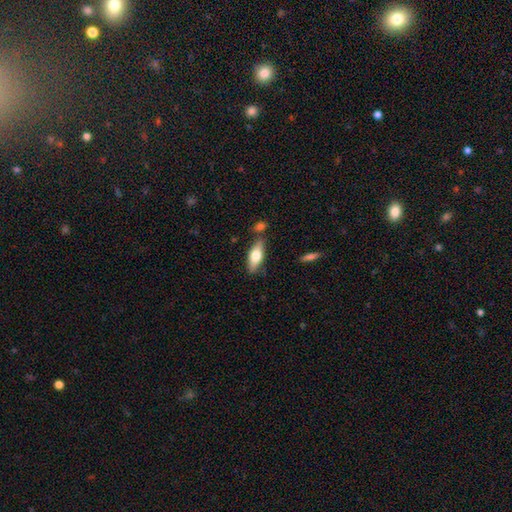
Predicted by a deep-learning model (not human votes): A smooth galaxy with no disk features (63%) that is in between round and cigar-shaped (68%).

Vote fractions:
- Smooth or featured? smooth: 63% / featured or disk: 31% / star or artifact: 6%
- How rounded? in between: 68% / cigar-shaped: 29% / round: 3%
- Merging? none: 74% / minor disturbance: 15% / merger: 8% / major disturbance: 3%